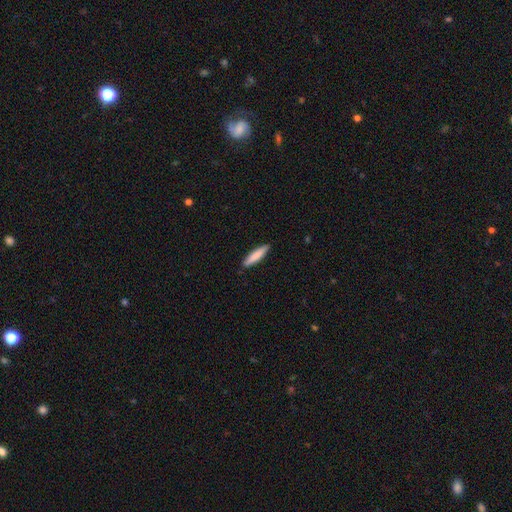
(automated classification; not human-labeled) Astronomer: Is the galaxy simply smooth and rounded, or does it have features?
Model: smooth — 84%.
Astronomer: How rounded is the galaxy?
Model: cigar-shaped — 83%.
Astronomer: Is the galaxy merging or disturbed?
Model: none — 89%.